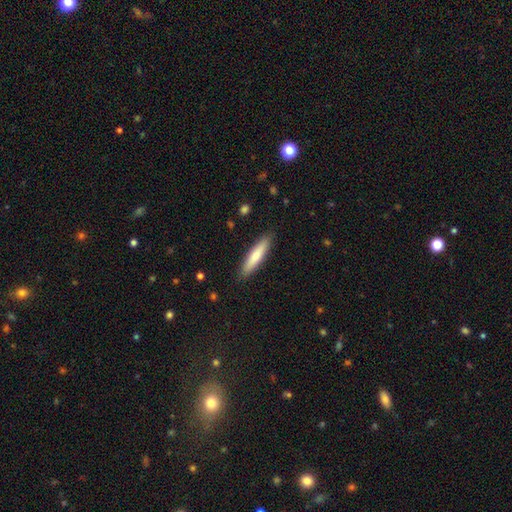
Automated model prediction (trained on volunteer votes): The model was most divided on "smooth or featured": smooth: 74%, featured or disk: 21%, star or artifact: 5%. More confident: merging — none (89%); how rounded — cigar-shaped (83%).